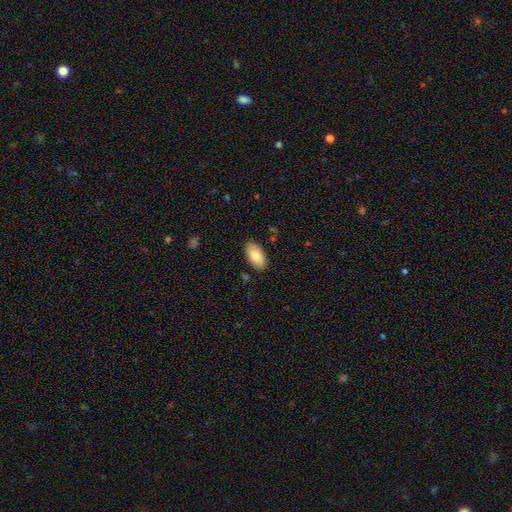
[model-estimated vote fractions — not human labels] A smooth galaxy with no disk features (82%) that is in between round and cigar-shaped (95%).

Vote fractions:
- Smooth or featured? smooth: 82% / featured or disk: 11% / star or artifact: 6%
- How rounded? in between: 95% / cigar-shaped: 3% / round: 3%
- Merging? none: 87% / minor disturbance: 10% / major disturbance: 2% / merger: 1%